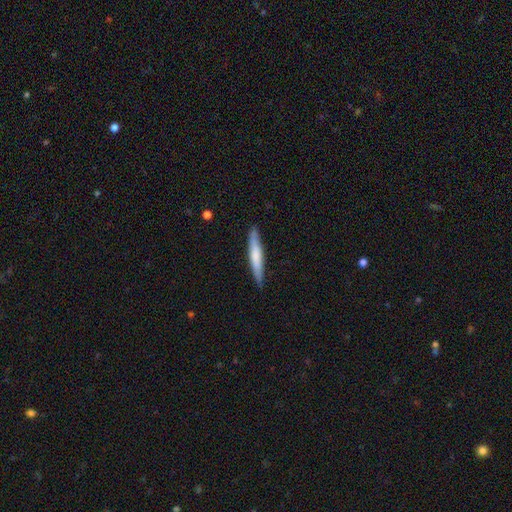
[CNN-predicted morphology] smooth_or_featured: smooth (p=0.62) [alt: featured or disk p=0.33]
how_rounded: cigar-shaped (p=0.94) [alt: in between p=0.05]
merging: none (p=0.88) [alt: minor disturbance p=0.10]